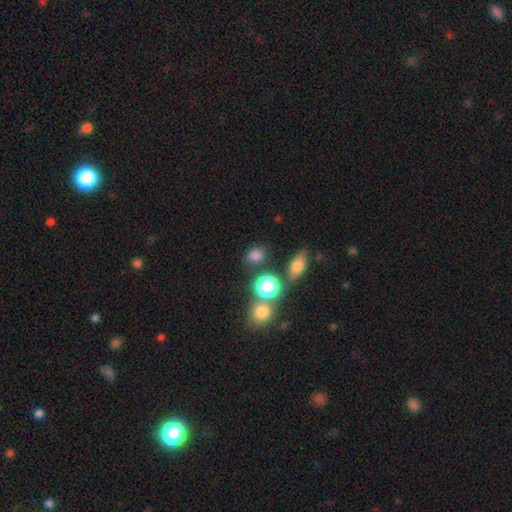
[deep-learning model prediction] smooth-or-featured: smooth: 77% | star or artifact: 18% | featured or disk: 6%
  how-rounded: round: 64% | in between: 34% | cigar-shaped: 2%
  merging: none: 76% | minor disturbance: 11% | merger: 9% | major disturbance: 4%